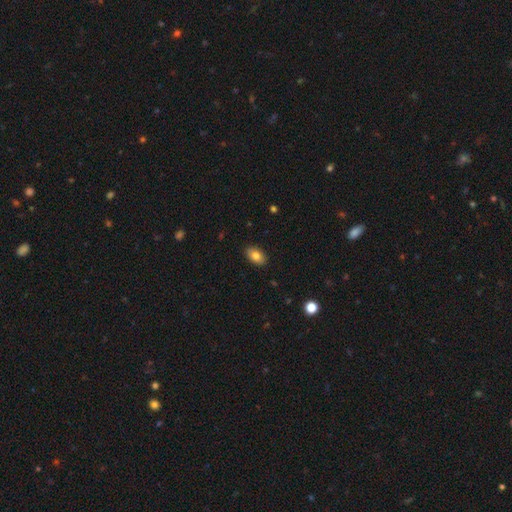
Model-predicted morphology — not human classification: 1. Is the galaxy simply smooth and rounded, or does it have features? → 83% smooth, 9% featured or disk, 8% star or artifact.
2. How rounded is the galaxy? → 91% in between, 8% round, 2% cigar-shaped.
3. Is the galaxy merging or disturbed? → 89% none, 8% minor disturbance, 2% major disturbance, 1% merger.